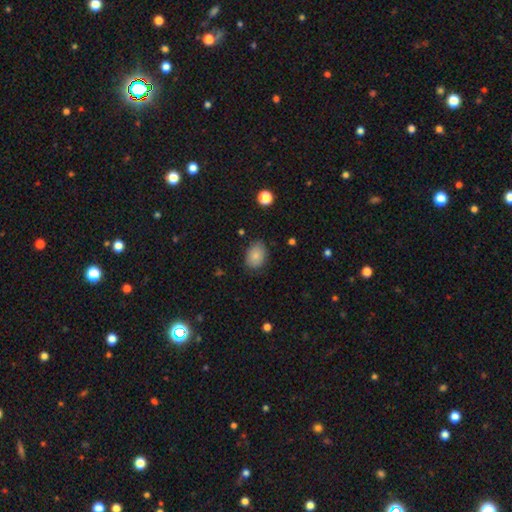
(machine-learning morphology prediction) This appears to be a smooth galaxy with no disk features (84%) that is in between round and cigar-shaped (68%). Merging: none (76%).